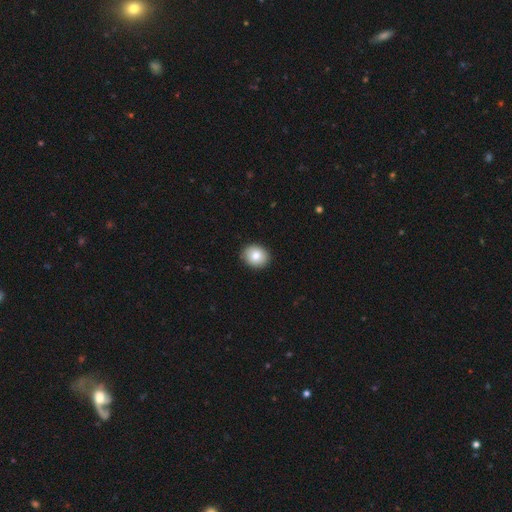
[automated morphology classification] smooth-or-featured: smooth: 82% | featured or disk: 10% | star or artifact: 8%
  how-rounded: round: 65% | in between: 34% | cigar-shaped: 1%
  merging: none: 91% | minor disturbance: 7% | major disturbance: 2% | merger: 1%